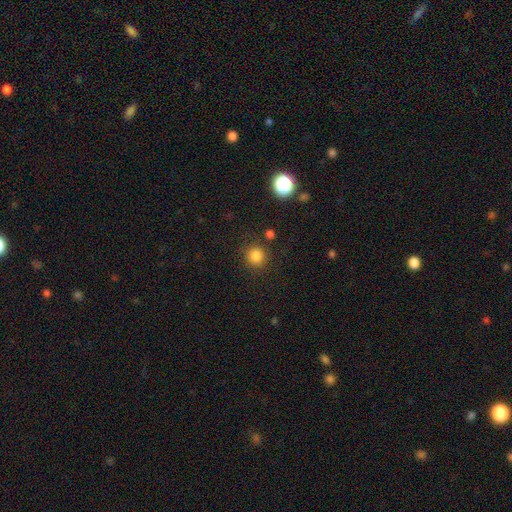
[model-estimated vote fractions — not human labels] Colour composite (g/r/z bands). It shows a smooth galaxy with no disk features (83%) that is round (91%). Merging: none (86%).